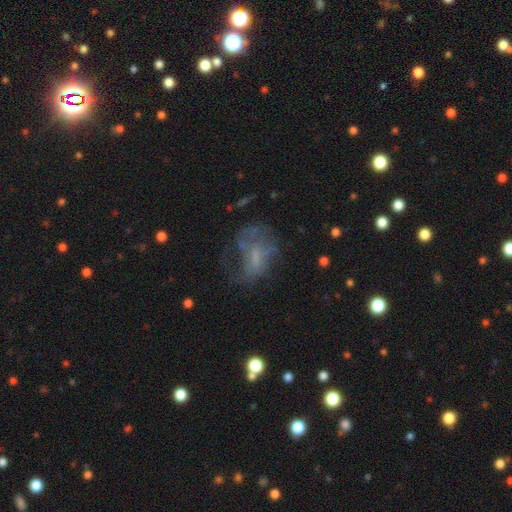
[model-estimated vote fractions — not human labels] A featured or disk galaxy (48%).

Vote fractions:
- Smooth or featured? featured or disk: 48% / smooth: 33% / star or artifact: 19%
- Merging? none: 40% / major disturbance: 37% / minor disturbance: 20% / merger: 4%